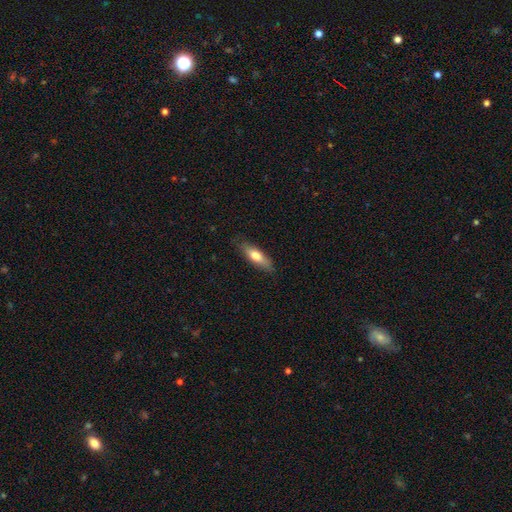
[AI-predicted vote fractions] smooth_or_featured: smooth (p=0.68) [alt: featured or disk p=0.26]
how_rounded: cigar-shaped (p=0.53) [alt: in between p=0.45]
merging: none (p=0.82) [alt: minor disturbance p=0.14]